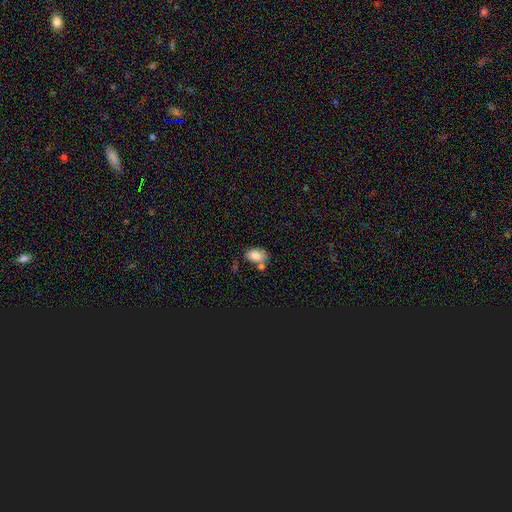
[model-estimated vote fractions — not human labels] smooth-or-featured: smooth: 82% | star or artifact: 9% | featured or disk: 9%
  how-rounded: in between: 84% | round: 14% | cigar-shaped: 1%
  merging: none: 51% | merger: 22% | minor disturbance: 20% | major disturbance: 6%